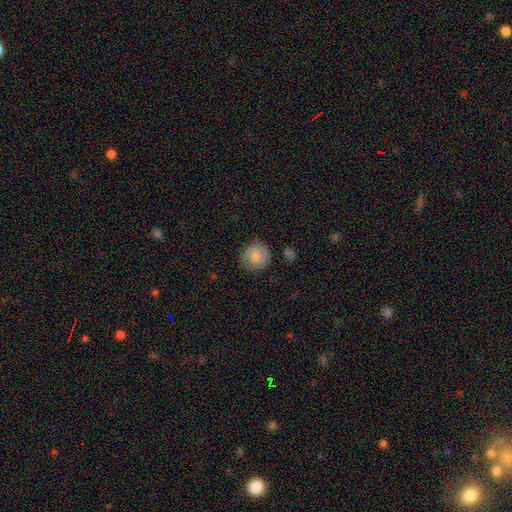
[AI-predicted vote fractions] Overall: smooth (73%). How rounded: round (87%). Merging: none (77%).